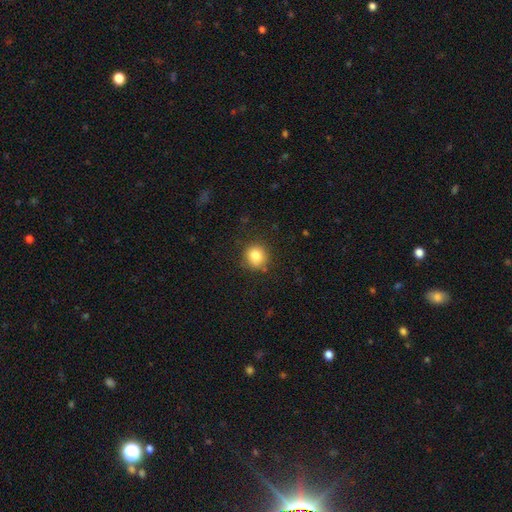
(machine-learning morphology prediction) Overall: smooth (83%). How rounded: round (90%). Merging: none (87%).